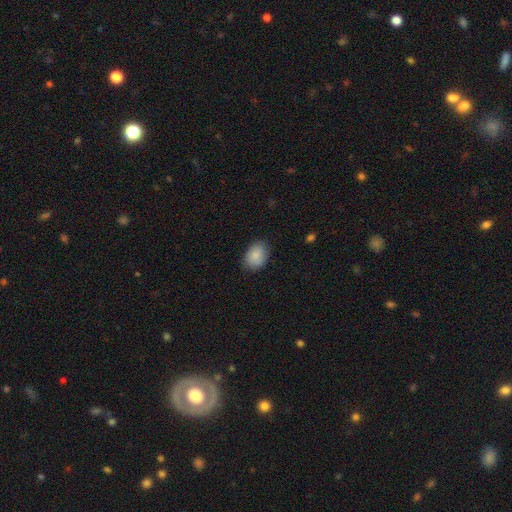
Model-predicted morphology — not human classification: smooth-or-featured: smooth: 87% | star or artifact: 7% | featured or disk: 6%
  how-rounded: in between: 73% | round: 26% | cigar-shaped: 1%
  merging: none: 82% | minor disturbance: 14% | major disturbance: 3% | merger: 1%